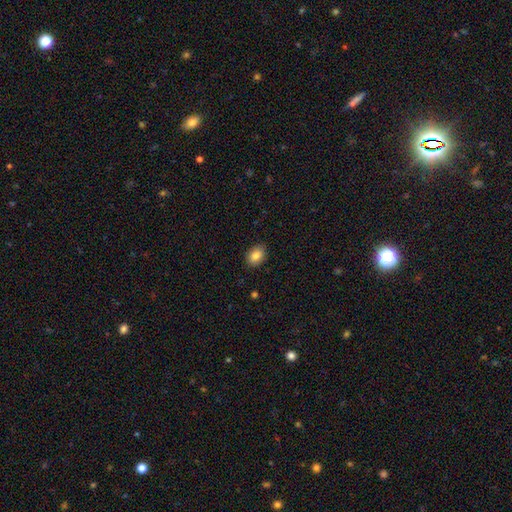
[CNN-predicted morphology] A smooth galaxy with no disk features (84%) that is in between round and cigar-shaped (76%). Merging: none (88%).